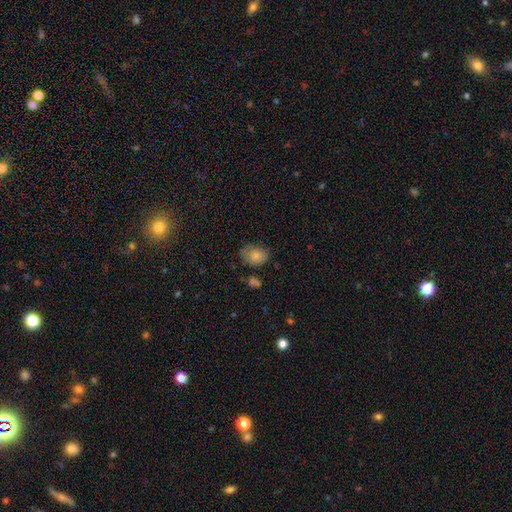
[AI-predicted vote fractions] A smooth galaxy with no disk features (82%) that is in between round and cigar-shaped (65%). Merging: none (61%).